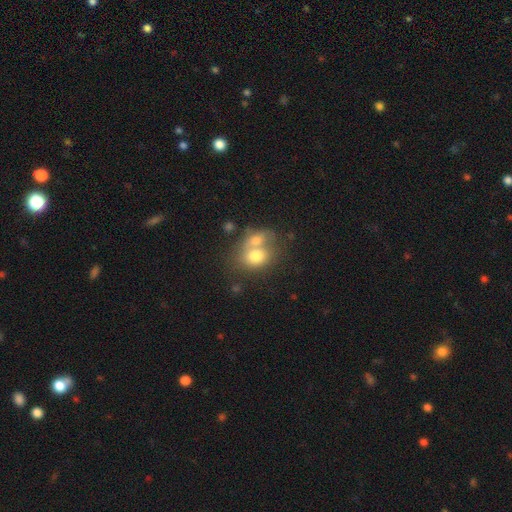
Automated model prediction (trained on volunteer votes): Smooth or featured?
  - smooth: 72% *
  - featured or disk: 19%
  - star or artifact: 9%
How rounded?
  - in between: 52% *
  - round: 47%
  - cigar-shaped: 1%
Merging?
  - merger: 60% *
  - none: 25%
  - minor disturbance: 9%
  - major disturbance: 6%